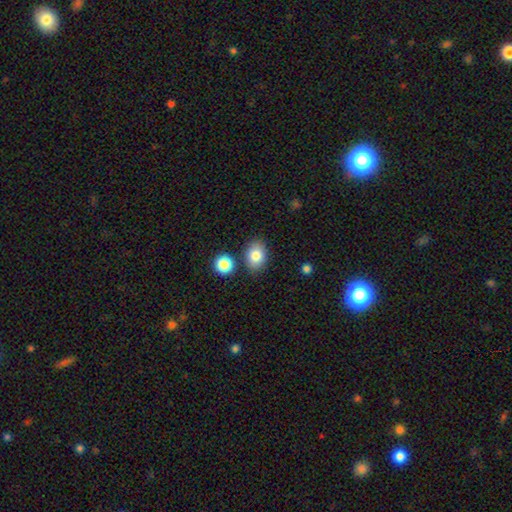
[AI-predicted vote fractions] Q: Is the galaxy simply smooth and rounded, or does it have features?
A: smooth — 83%.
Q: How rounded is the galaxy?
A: in between — 77%.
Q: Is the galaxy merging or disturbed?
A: none — 82%.